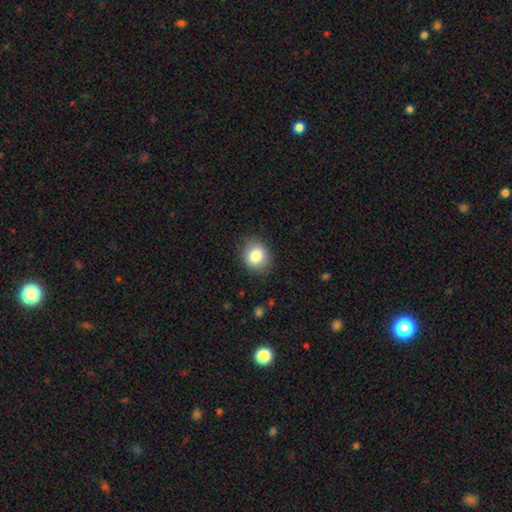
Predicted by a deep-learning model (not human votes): Smooth or featured?
  - smooth: 82% *
  - star or artifact: 9%
  - featured or disk: 9%
How rounded?
  - round: 65% *
  - in between: 34%
  - cigar-shaped: 1%
Merging?
  - none: 86% *
  - minor disturbance: 11%
  - major disturbance: 3%
  - merger: 1%